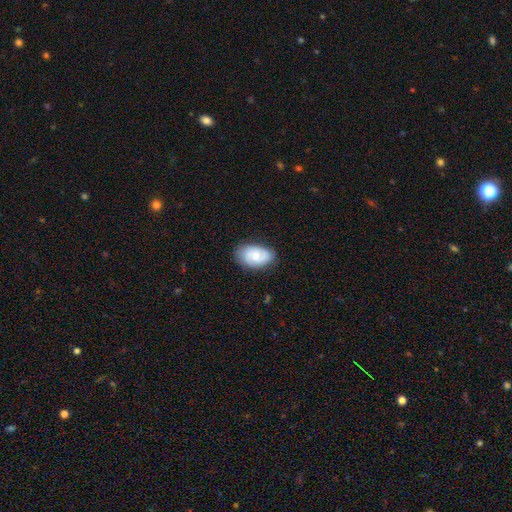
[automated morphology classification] Smooth or featured? Predicted: smooth (p=0.49). Merging? Predicted: none (p=0.77).